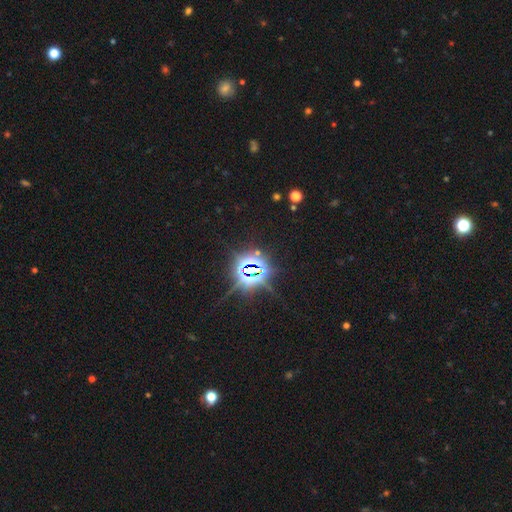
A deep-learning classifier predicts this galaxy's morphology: This appears to be a star or artifact, not a galaxy (86%).